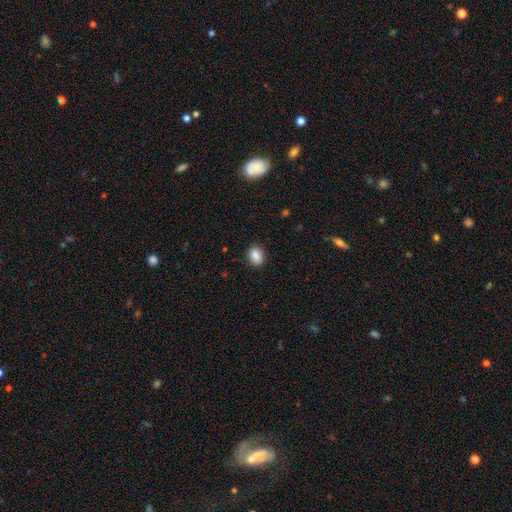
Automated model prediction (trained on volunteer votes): This appears to be a smooth galaxy with no disk features (87%) that is in between round and cigar-shaped (62%). Merging: none (88%).